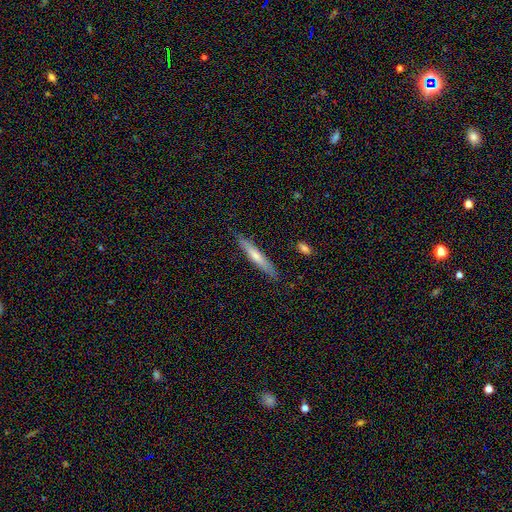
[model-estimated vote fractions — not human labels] Smooth or featured: smooth — 56% (featured or disk — 38%)
How rounded: cigar-shaped — 92% (in between — 6%)
Merging: none — 86% (minor disturbance — 10%)